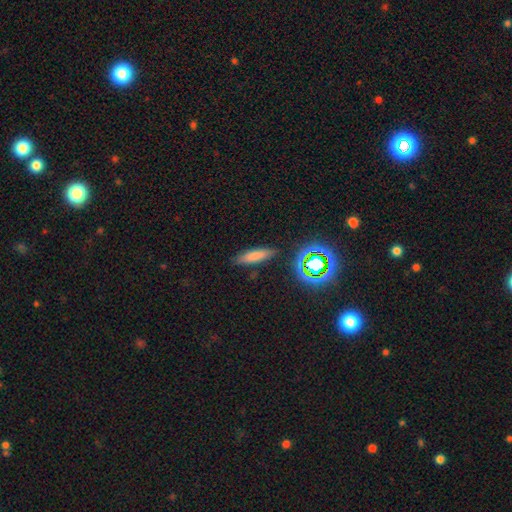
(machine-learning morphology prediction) smooth_or_featured: smooth (p=0.70) [alt: star or artifact p=0.15]
how_rounded: cigar-shaped (p=0.68) [alt: in between p=0.28]
merging: none (p=0.86) [alt: minor disturbance p=0.09]